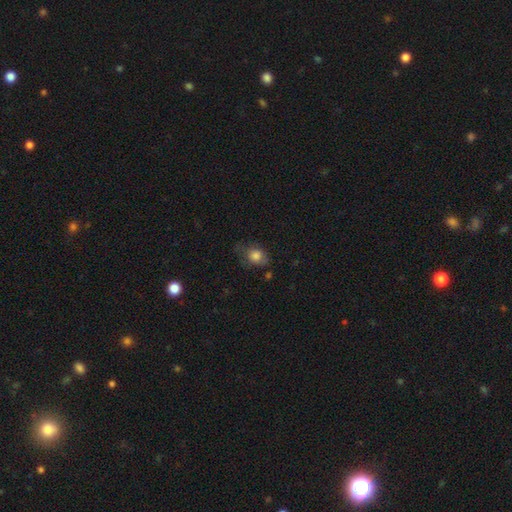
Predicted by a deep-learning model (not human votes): Smooth or featured?
  - smooth: 78% *
  - featured or disk: 12%
  - star or artifact: 10%
How rounded?
  - round: 50% *
  - in between: 49%
  - cigar-shaped: 1%
Merging?
  - none: 51% *
  - minor disturbance: 31%
  - major disturbance: 16%
  - merger: 3%